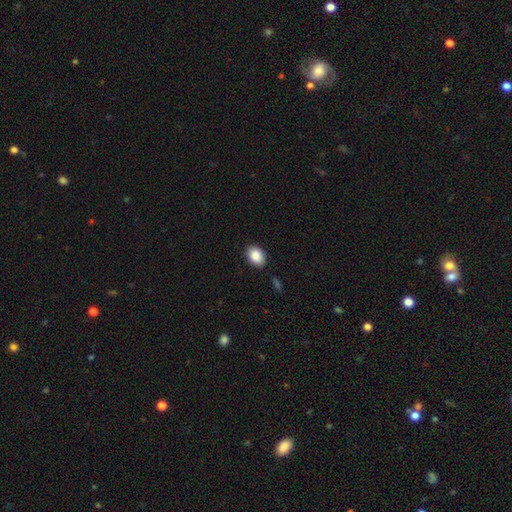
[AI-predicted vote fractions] The model was most divided on "how rounded": in between: 79%, round: 20%, cigar-shaped: 1%. More confident: smooth or featured — smooth (88%); merging — none (85%).